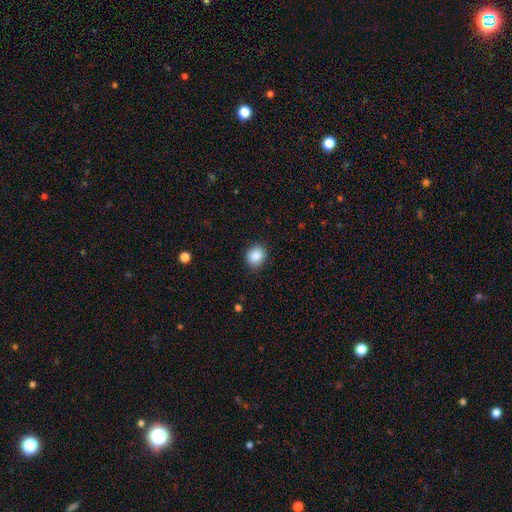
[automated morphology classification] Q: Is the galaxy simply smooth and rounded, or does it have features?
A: smooth — 88%.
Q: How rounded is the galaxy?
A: round — 71%.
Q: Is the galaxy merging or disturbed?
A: none — 87%.